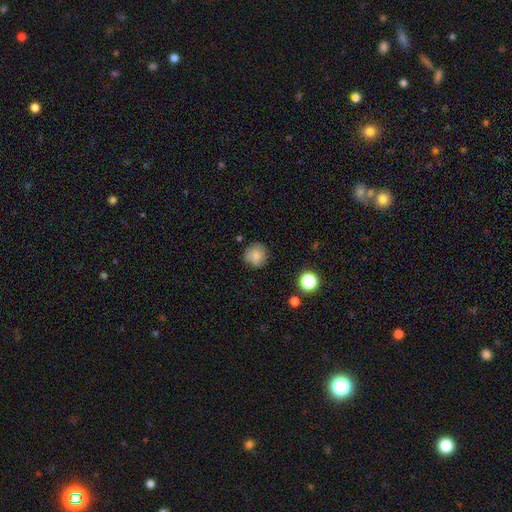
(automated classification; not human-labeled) Smooth or featured? Predicted: smooth (p=0.81). How rounded? Predicted: round (p=0.89). Merging? Predicted: none (p=0.77).